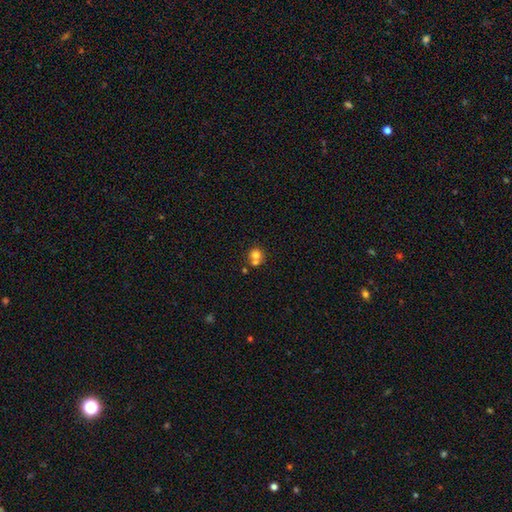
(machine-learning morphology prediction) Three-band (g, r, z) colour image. It shows a smooth galaxy with no disk features (73%) that is round (85%). Merging: merger (48%).